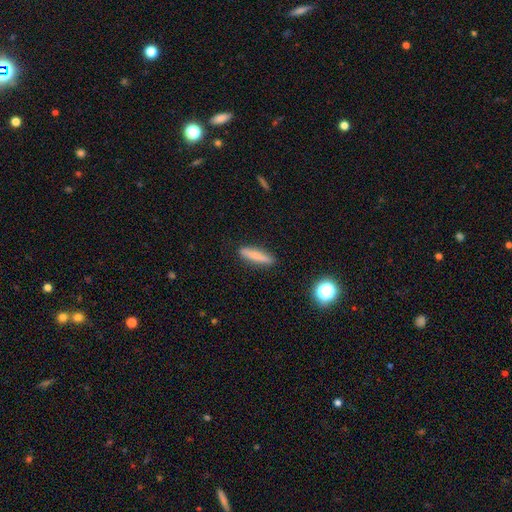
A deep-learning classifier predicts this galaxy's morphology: Q: Smooth or featured?
A: smooth (78%); runner-up: featured or disk (14%)
Q: How rounded?
A: cigar-shaped (85%); runner-up: in between (13%)
Q: Merging?
A: none (89%); runner-up: minor disturbance (8%)